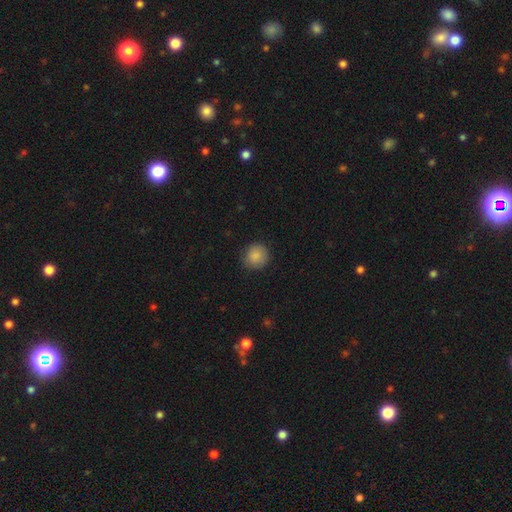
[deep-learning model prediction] Smooth or featured: smooth — 87% (star or artifact — 8%)
How rounded: round — 90% (in between — 9%)
Merging: none — 86% (minor disturbance — 10%)